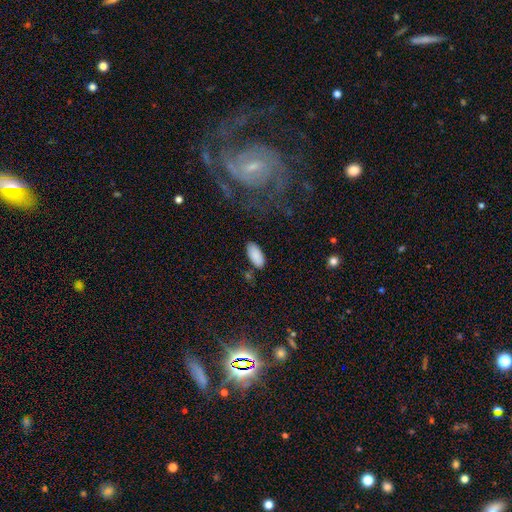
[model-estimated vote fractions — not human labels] Smooth or featured?
  - smooth: 89% *
  - star or artifact: 7%
  - featured or disk: 5%
How rounded?
  - in between: 91% *
  - cigar-shaped: 7%
  - round: 2%
Merging?
  - none: 80% *
  - minor disturbance: 13%
  - merger: 4%
  - major disturbance: 3%